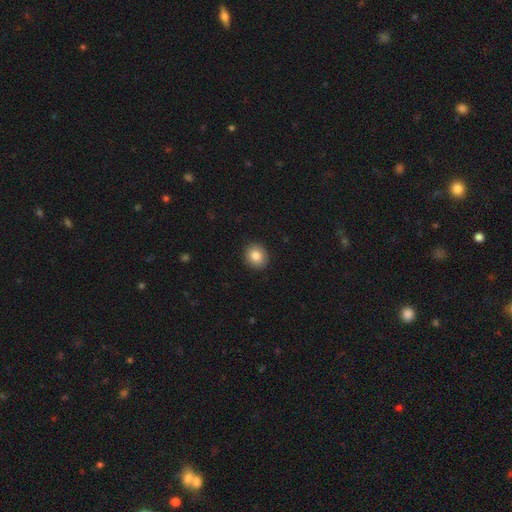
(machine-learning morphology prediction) Smooth or featured? smooth (85%)
How rounded? round (78%)
Merging? none (91%)